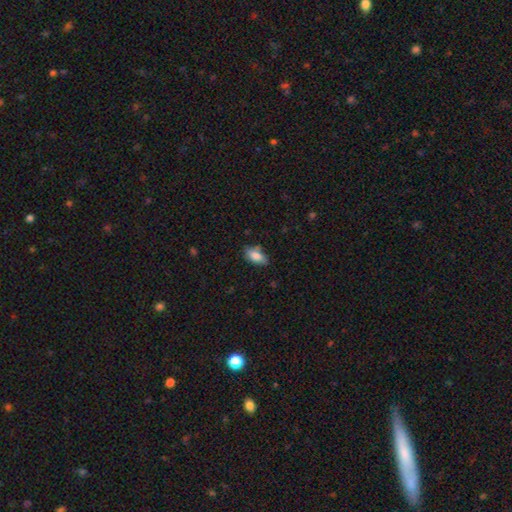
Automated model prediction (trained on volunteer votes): smooth-or-featured: smooth: 84% | featured or disk: 9% | star or artifact: 8%
  how-rounded: in between: 90% | cigar-shaped: 6% | round: 4%
  merging: none: 68% | minor disturbance: 23% | merger: 5% | major disturbance: 4%